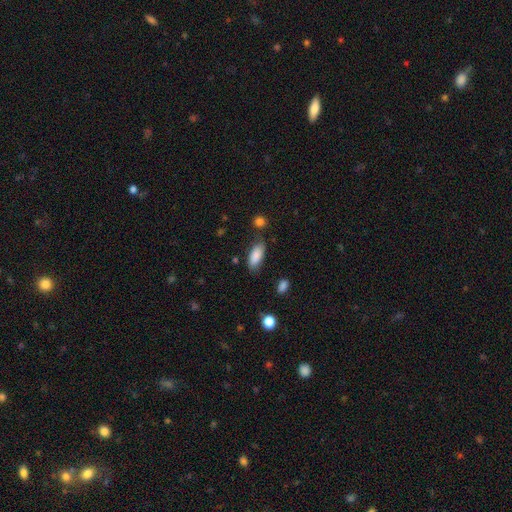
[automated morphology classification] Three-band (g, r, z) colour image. It shows a smooth galaxy with no disk features (87%) that is in between round and cigar-shaped (83%). Merging: none (77%).